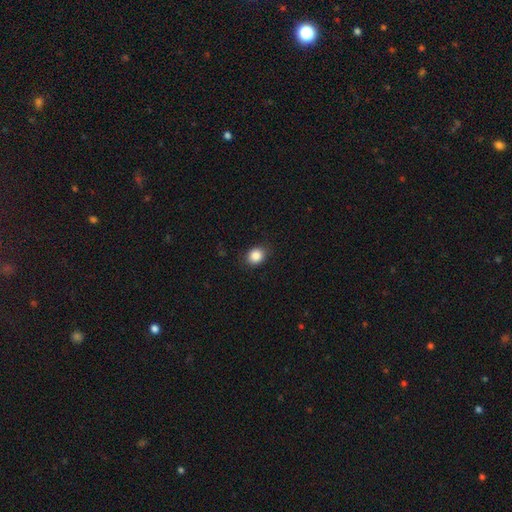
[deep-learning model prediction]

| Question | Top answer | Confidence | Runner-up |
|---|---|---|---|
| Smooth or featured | smooth | 87% | star or artifact (9%) |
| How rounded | round | 57% | in between (42%) |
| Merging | none | 86% | minor disturbance (11%) |